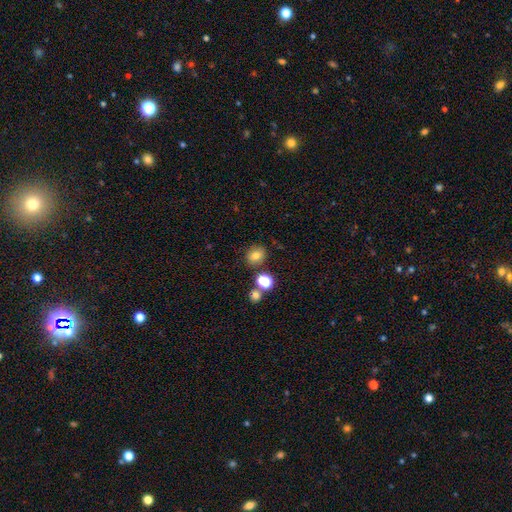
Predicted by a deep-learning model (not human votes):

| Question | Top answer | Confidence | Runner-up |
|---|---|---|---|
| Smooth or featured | smooth | 75% | star or artifact (16%) |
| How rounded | round | 64% | in between (35%) |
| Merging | none | 78% | minor disturbance (10%) |